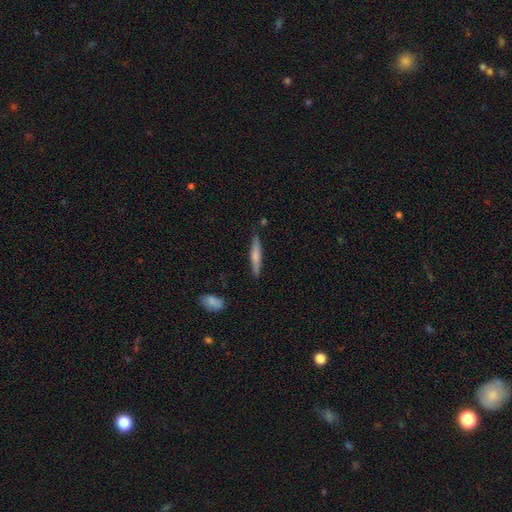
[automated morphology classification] Q: Smooth or featured?
A: smooth (63%); runner-up: featured or disk (32%)
Q: How rounded?
A: cigar-shaped (92%); runner-up: in between (7%)
Q: Merging?
A: none (85%); runner-up: minor disturbance (11%)